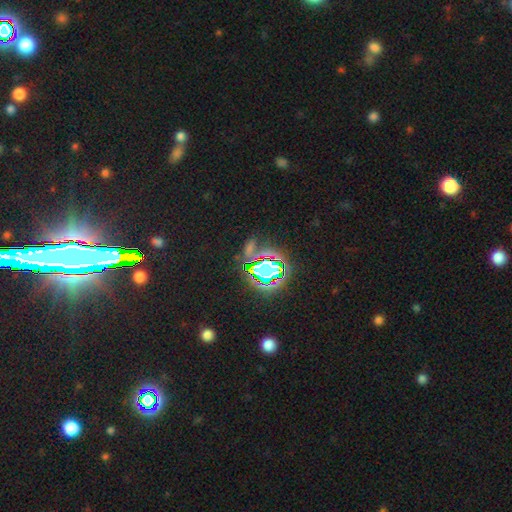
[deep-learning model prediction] Smooth or featured? star or artifact (81%)